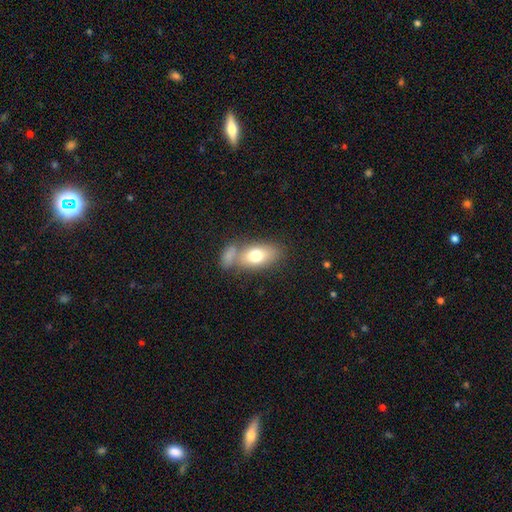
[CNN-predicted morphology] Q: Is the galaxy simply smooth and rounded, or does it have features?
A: smooth — 73%.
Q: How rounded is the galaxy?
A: in between — 86%.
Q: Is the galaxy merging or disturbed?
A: none — 47%.